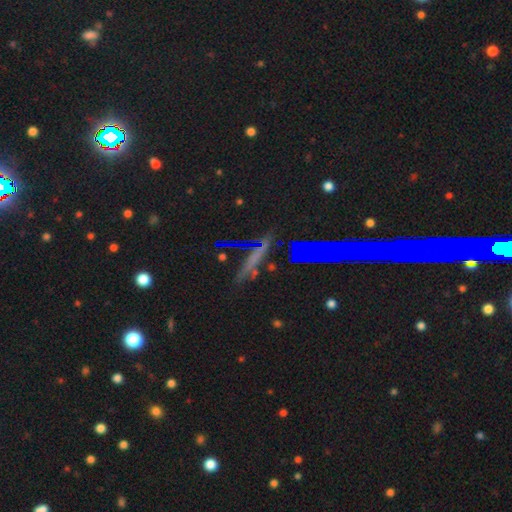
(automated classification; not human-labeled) This is marginally a star or artifact rather than a galaxy (42%).